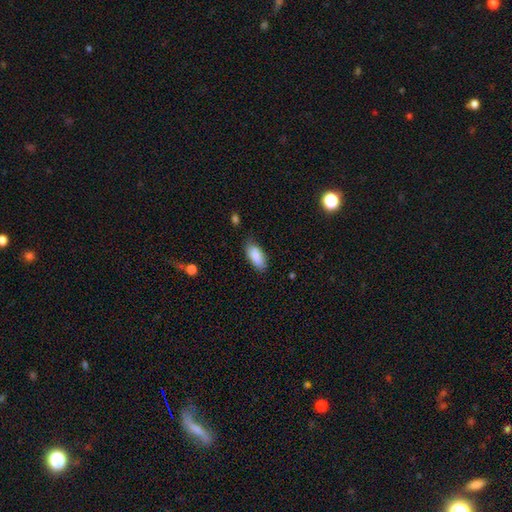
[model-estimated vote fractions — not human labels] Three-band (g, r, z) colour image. It shows a smooth galaxy with no disk features (87%) that is in between round and cigar-shaped (86%). Merging: none (74%).